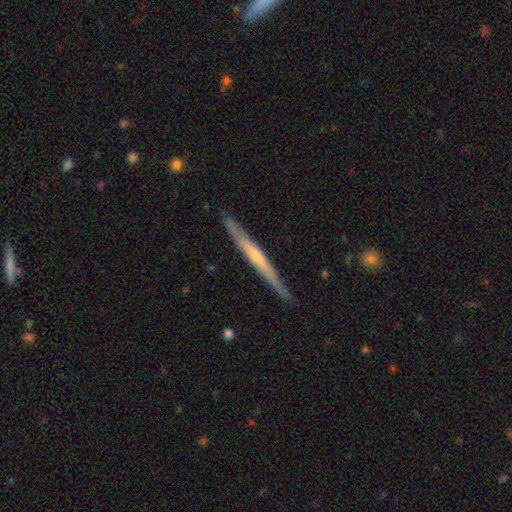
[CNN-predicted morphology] The model was most divided on "edge-on bulge": none: 54%, rounded: 39%, boxy: 6%. More confident: edge-on disk — yes (96%); merging — none (88%); smooth or featured — featured or disk (66%).